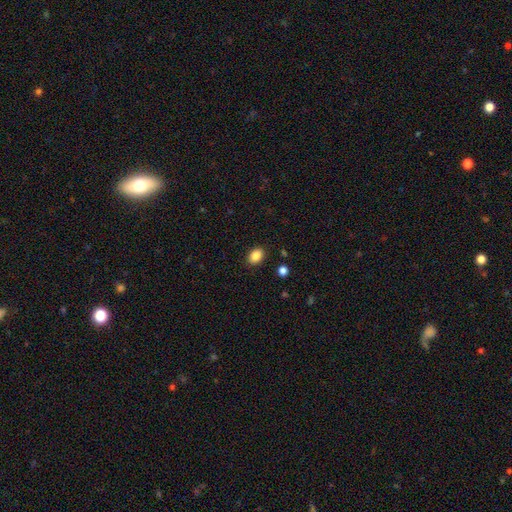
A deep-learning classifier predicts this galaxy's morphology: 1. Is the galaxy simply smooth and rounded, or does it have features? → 87% smooth, 9% star or artifact, 4% featured or disk.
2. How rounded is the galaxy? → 72% in between, 27% round, 1% cigar-shaped.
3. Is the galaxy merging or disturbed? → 89% none, 8% minor disturbance, 2% major disturbance, 1% merger.